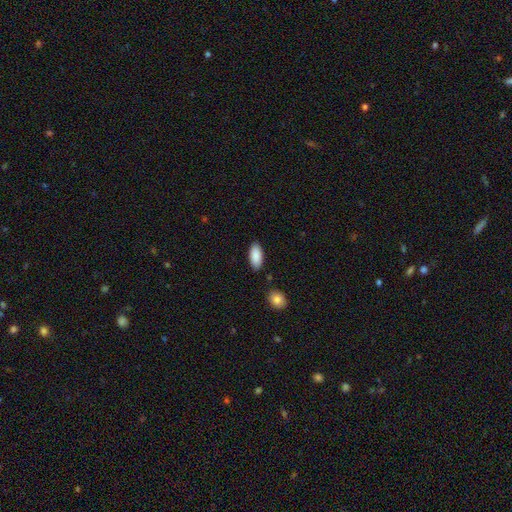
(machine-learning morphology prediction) smooth 89%, star or artifact 6%, featured or disk 5%. Down the decision tree: how rounded — in between (90%); merging — none (85%).